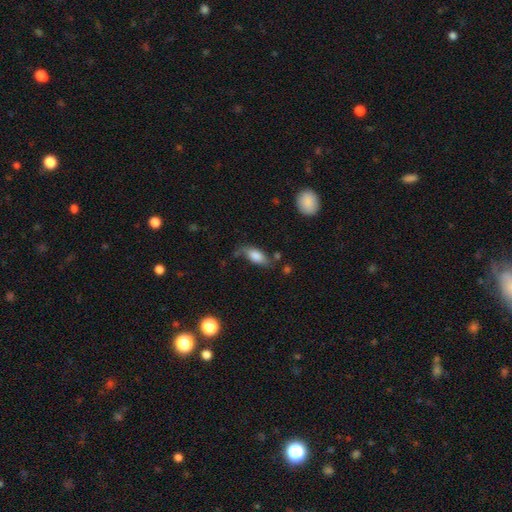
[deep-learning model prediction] A smooth galaxy with no disk features (74%) that is in between round and cigar-shaped (85%).

Vote fractions:
- Smooth or featured? smooth: 74% / featured or disk: 18% / star or artifact: 8%
- How rounded? in between: 85% / cigar-shaped: 12% / round: 4%
- Merging? none: 52% / minor disturbance: 29% / major disturbance: 13% / merger: 6%